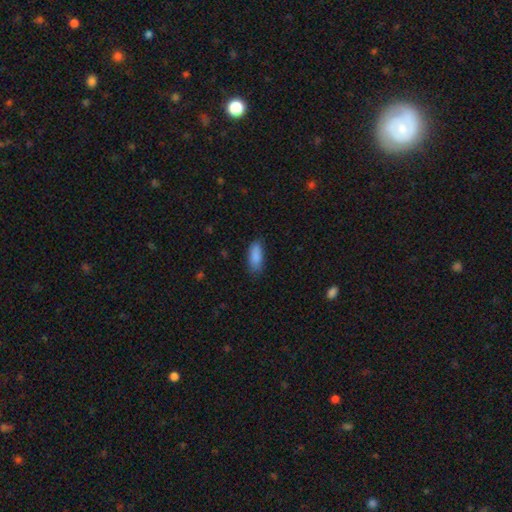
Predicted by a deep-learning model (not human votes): A smooth galaxy with no disk features (87%) that is in between round and cigar-shaped (77%). Merging: none (75%).